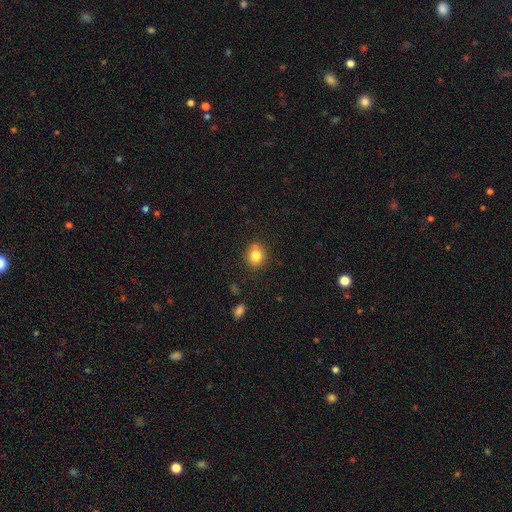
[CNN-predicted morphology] Smooth or featured? smooth (81%)
How rounded? round (82%)
Merging? none (77%)